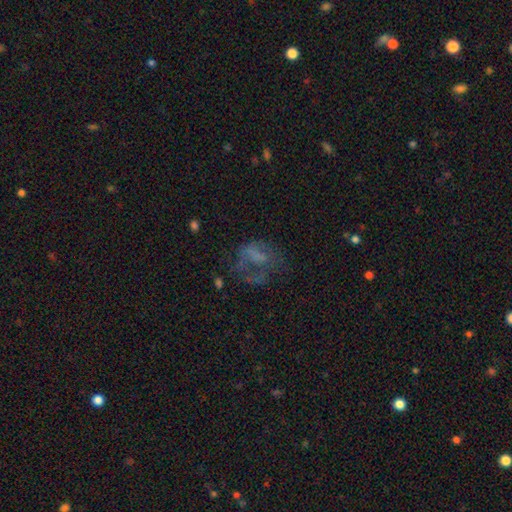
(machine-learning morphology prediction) A featured or disk galaxy (44%).

Vote fractions:
- Smooth or featured? featured or disk: 44% / smooth: 36% / star or artifact: 20%
- Merging? major disturbance: 44% / none: 34% / minor disturbance: 17% / merger: 4%